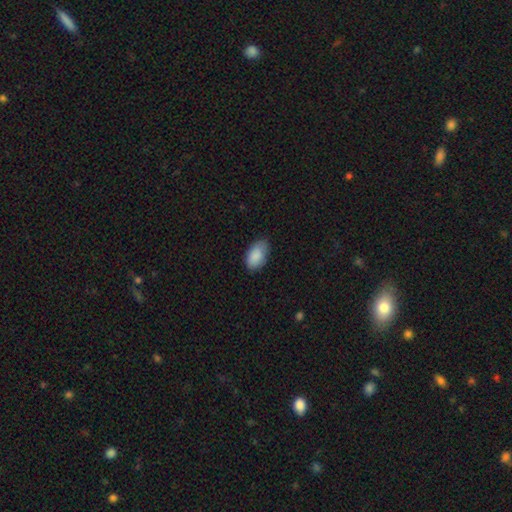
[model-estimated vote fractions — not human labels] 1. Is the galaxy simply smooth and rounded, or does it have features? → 88% smooth, 7% star or artifact, 5% featured or disk.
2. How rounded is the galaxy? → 93% in between, 6% round, 1% cigar-shaped.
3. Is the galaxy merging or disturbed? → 71% none, 24% minor disturbance, 4% major disturbance, 1% merger.